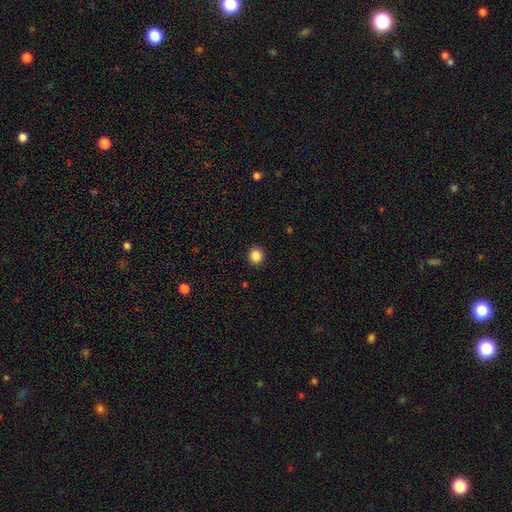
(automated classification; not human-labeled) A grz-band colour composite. It shows a smooth galaxy with no disk features (86%) that is round (91%). Merging: none (93%).